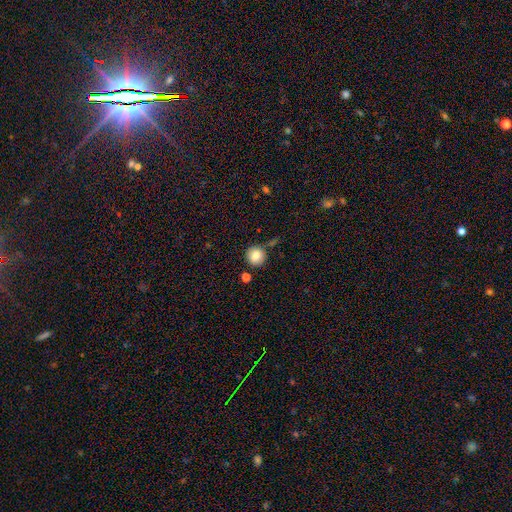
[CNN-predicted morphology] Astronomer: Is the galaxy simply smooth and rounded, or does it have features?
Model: smooth — 85%.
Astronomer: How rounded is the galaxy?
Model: round — 93%.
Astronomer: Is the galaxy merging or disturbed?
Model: none — 78%.